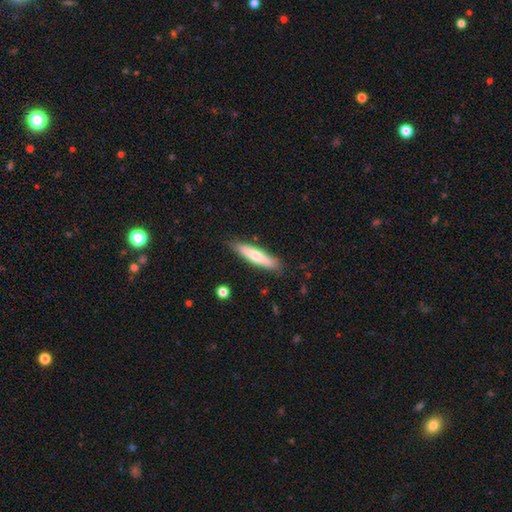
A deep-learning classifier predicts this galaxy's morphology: Smooth or featured?
  - smooth: 66% *
  - featured or disk: 29%
  - star or artifact: 6%
How rounded?
  - cigar-shaped: 83% *
  - in between: 16%
  - round: 1%
Merging?
  - none: 86% *
  - minor disturbance: 11%
  - major disturbance: 2%
  - merger: 1%